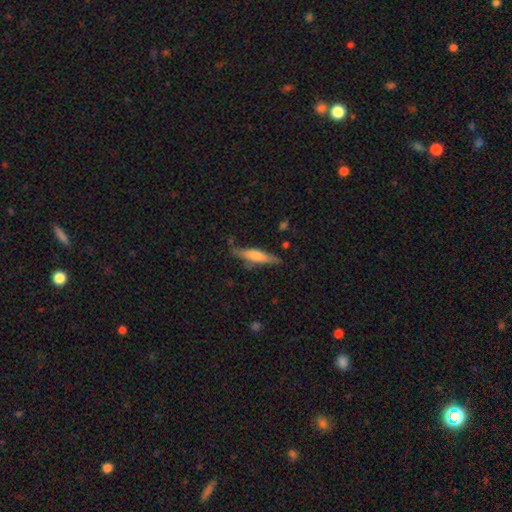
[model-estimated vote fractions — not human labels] This is possibly a smooth galaxy (48%). Merging: likely none (69%).